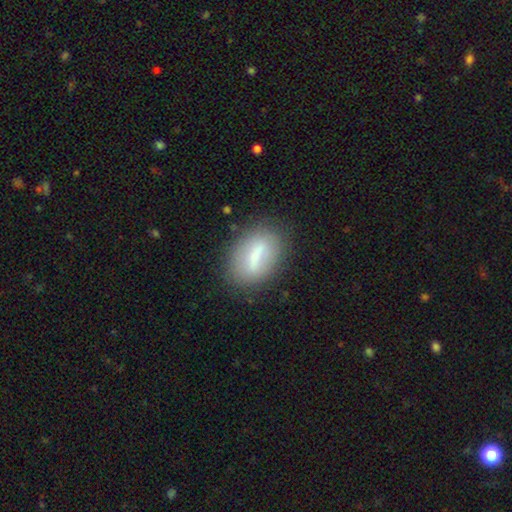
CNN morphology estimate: This appears to be a smooth galaxy with no disk features (53%) that is in between round and cigar-shaped (79%). Merging: none (75%).